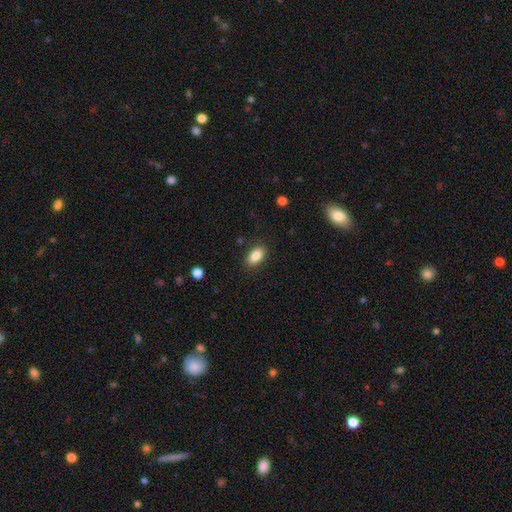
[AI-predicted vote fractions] The model was most divided on "merging": none: 87%, minor disturbance: 9%, major disturbance: 3%, merger: 1%. More confident: how rounded — in between (90%); smooth or featured — smooth (86%).